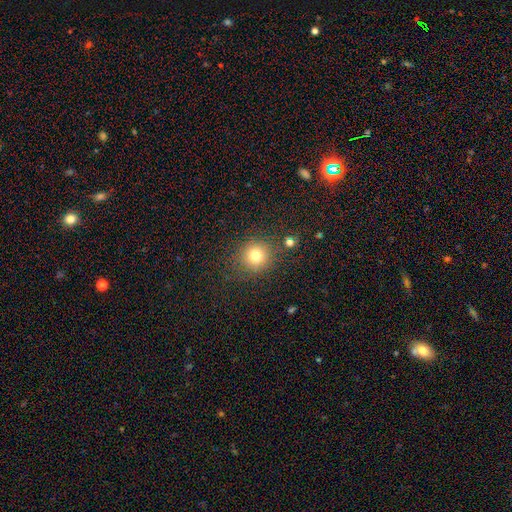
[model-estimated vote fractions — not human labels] This appears to be a smooth galaxy with no disk features (76%) that is round (91%). Merging: none (84%).